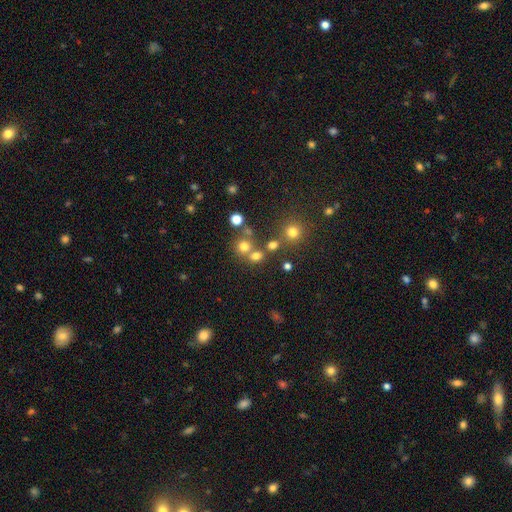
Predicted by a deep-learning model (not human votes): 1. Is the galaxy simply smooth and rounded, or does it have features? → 71% smooth, 19% star or artifact, 10% featured or disk.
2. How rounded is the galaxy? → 83% round, 16% in between, 1% cigar-shaped.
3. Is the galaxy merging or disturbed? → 59% none, 29% merger, 8% minor disturbance, 4% major disturbance.